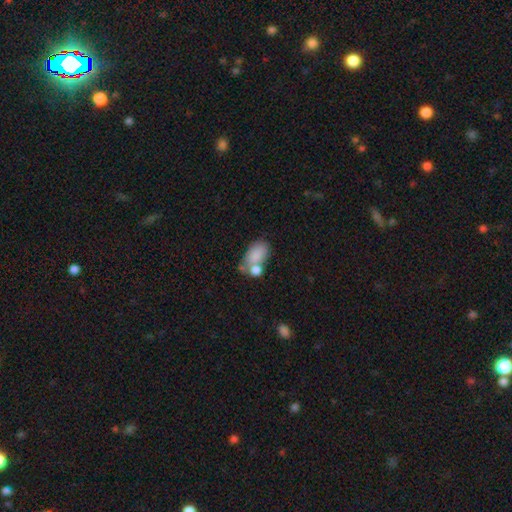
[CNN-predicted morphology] Overall: smooth (79%). How rounded: in between (88%). Merging: merger (40%; none 34%).